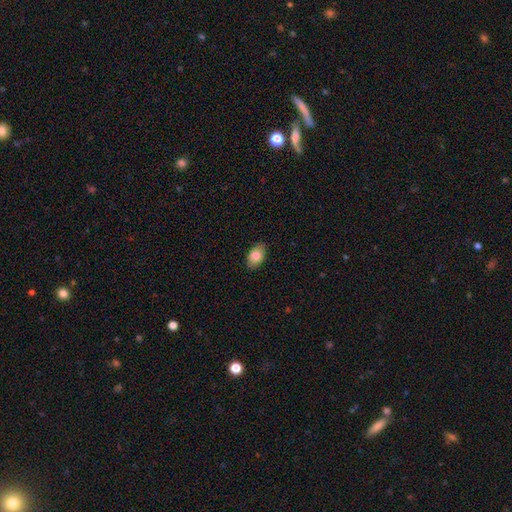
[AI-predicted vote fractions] Overall: smooth (84%). How rounded: in between (91%). Merging: none (87%).